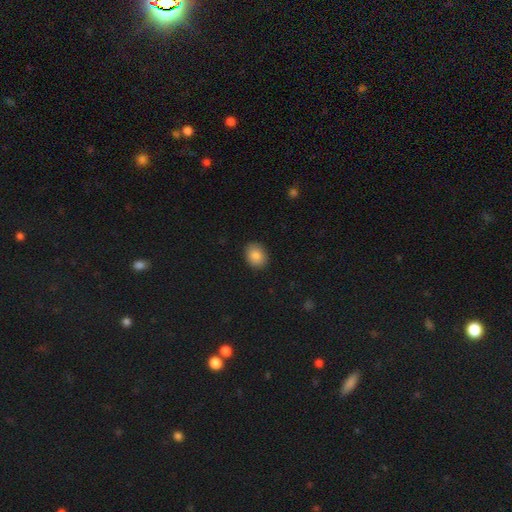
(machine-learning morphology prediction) smooth 86%, star or artifact 8%, featured or disk 6%. Down the decision tree: how rounded — in between (55%); merging — none (89%).